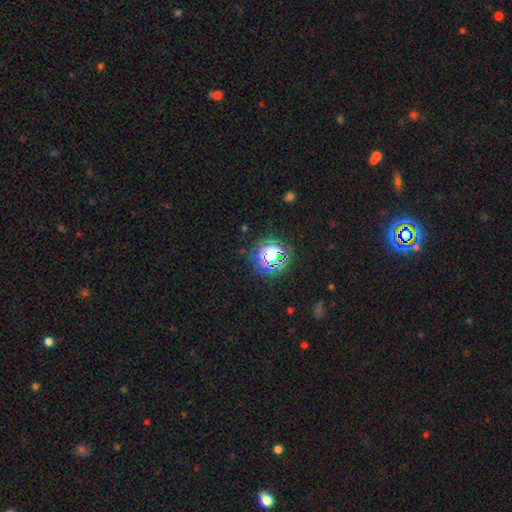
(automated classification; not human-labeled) Smooth or featured?
  - star or artifact: 74% *
  - smooth: 18%
  - featured or disk: 8%